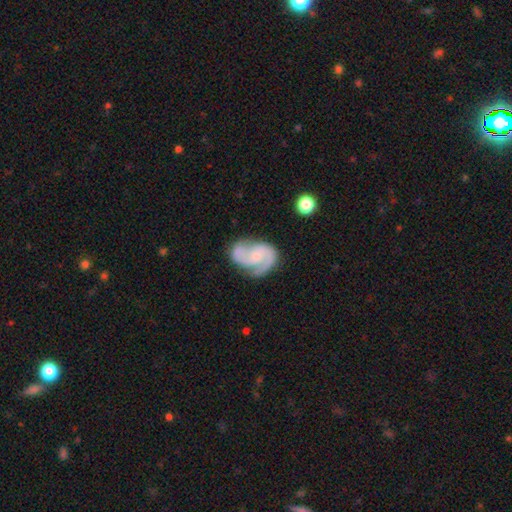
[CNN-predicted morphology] This is clearly a featured or disk galaxy (85%). It is clearly not viewed edge-on (98%). Bar: possibly no (57%). Spiral arm pattern: clearly yes (97%). Spiral arm count: clearly 2 (87%). Spiral winding: possibly medium (53%). Central bulge: possibly small (57%). Merging: likely none (66%).